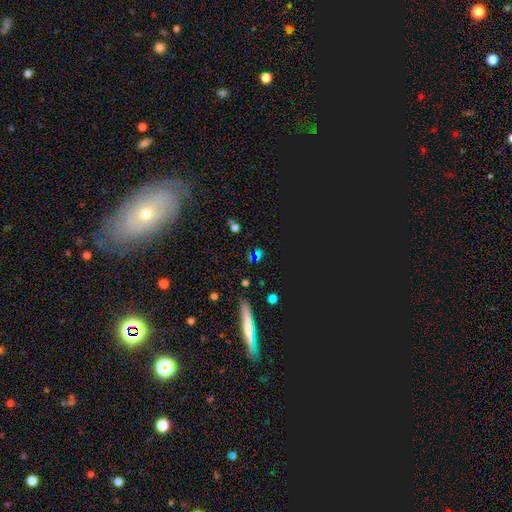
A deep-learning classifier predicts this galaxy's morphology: type=star or artifact (46%).